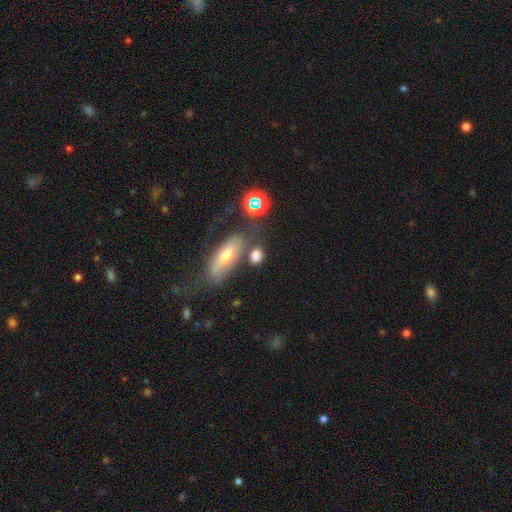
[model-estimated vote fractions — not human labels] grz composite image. It shows a smooth galaxy with no disk features (72%) that is in between round and cigar-shaped (54%). Merging: none (62%).